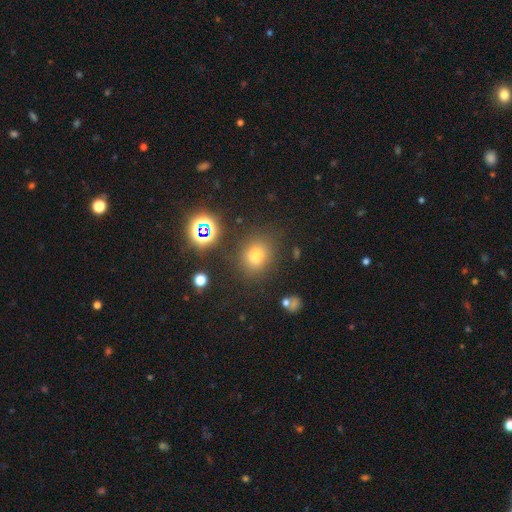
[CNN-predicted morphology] smooth-or-featured: smooth: 70% | star or artifact: 21% | featured or disk: 9%
  how-rounded: round: 69% | in between: 29% | cigar-shaped: 1%
  merging: none: 81% | minor disturbance: 11% | major disturbance: 4% | merger: 4%